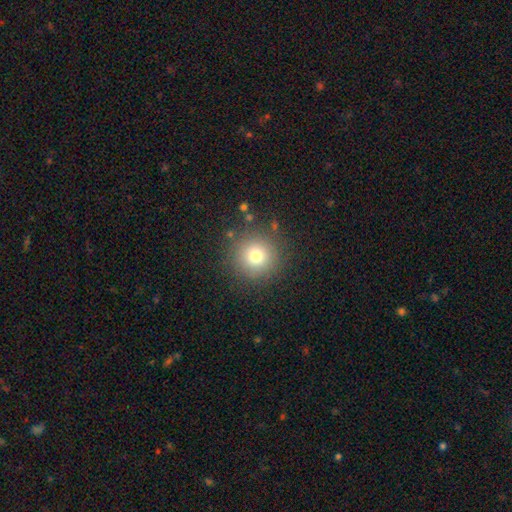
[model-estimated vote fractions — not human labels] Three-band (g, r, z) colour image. It shows a smooth galaxy with no disk features (74%) that is round (95%). Merging: none (87%).